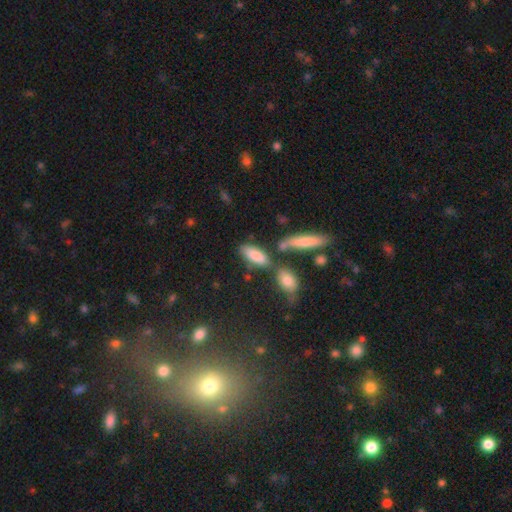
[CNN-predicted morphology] Overall: smooth (80%). How rounded: in between (72%). Merging: none (59%).